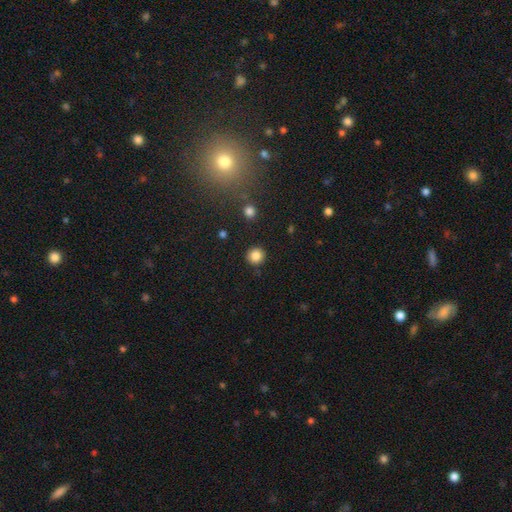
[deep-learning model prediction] Q: Smooth or featured?
A: smooth (85%); runner-up: star or artifact (11%)
Q: How rounded?
A: round (93%); runner-up: in between (6%)
Q: Merging?
A: none (91%); runner-up: minor disturbance (6%)